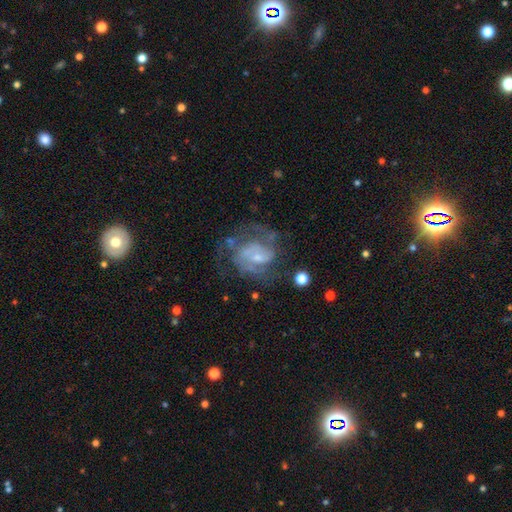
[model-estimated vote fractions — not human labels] This is likely a featured or disk galaxy (78%). It is clearly not viewed edge-on (98%). Bar: possibly no (49%). Spiral arm pattern: clearly yes (83%). Spiral arm count: marginally 2 (43%). Spiral winding: marginally medium (45%). Central bulge: possibly small (58%). Merging: possibly none (52%).